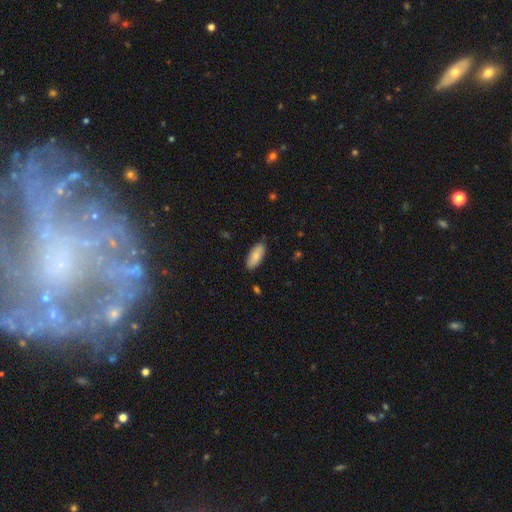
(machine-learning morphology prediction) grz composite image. It shows a smooth galaxy with no disk features (82%) that is in between round and cigar-shaped (86%). Merging: none (84%).